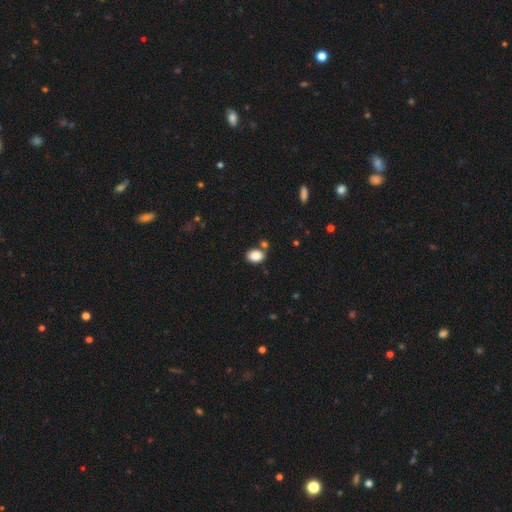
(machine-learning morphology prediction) Smooth or featured: smooth — 87% (star or artifact — 9%)
How rounded: in between — 70% (round — 29%)
Merging: none — 73% (merger — 12%)